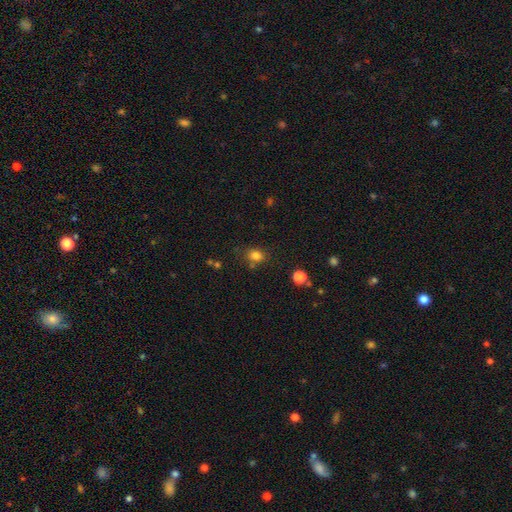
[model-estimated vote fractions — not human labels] A smooth galaxy with no disk features (81%) that is round (52%). Merging: none (74%).